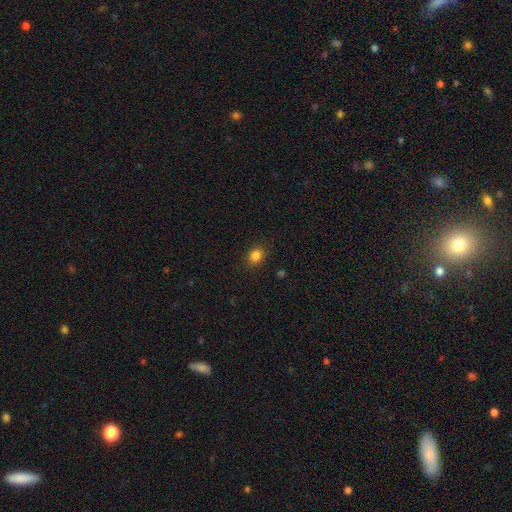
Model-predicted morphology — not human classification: Overall: smooth (84%). How rounded: round (55%; in between 44%). Merging: none (88%).